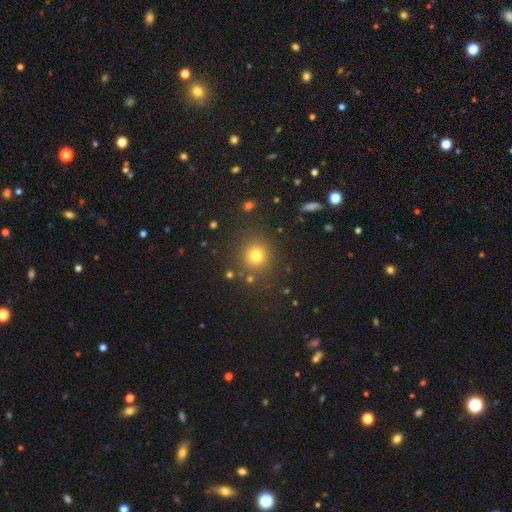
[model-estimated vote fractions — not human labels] Morphology: type=smooth (76%); roundness=round (93%); merging=none (86%).